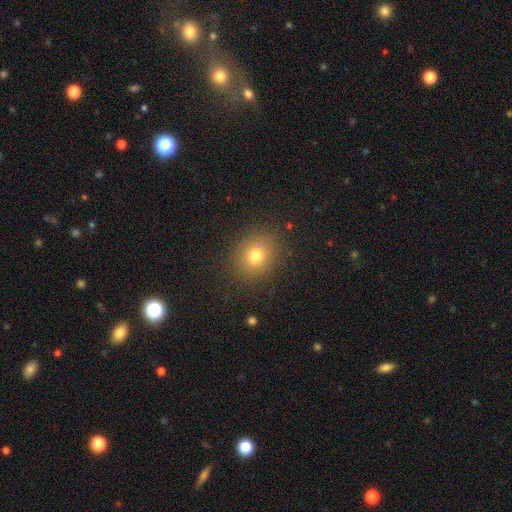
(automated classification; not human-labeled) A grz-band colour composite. It shows a smooth galaxy with no disk features (75%) that is round (75%). Merging: none (87%).